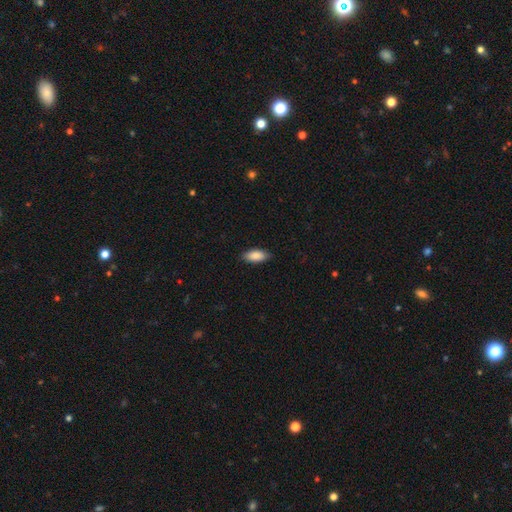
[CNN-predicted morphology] This is clearly a smooth galaxy (88%). How rounded: clearly in between (86%). Merging: clearly none (87%).